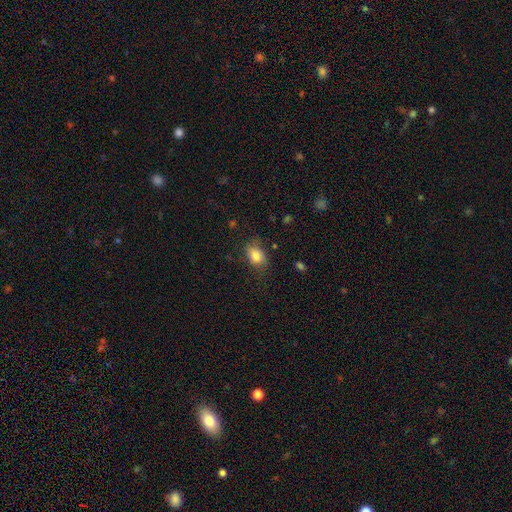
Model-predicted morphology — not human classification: Q: Smooth or featured?
A: smooth (83%); runner-up: featured or disk (9%)
Q: How rounded?
A: in between (74%); runner-up: round (25%)
Q: Merging?
A: none (69%); runner-up: minor disturbance (22%)